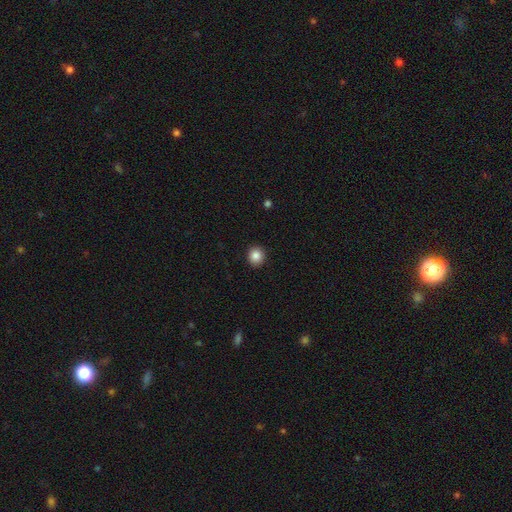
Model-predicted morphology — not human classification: Smooth or featured? Predicted: smooth (p=0.86). How rounded? Predicted: round (p=0.84). Merging? Predicted: none (p=0.92).